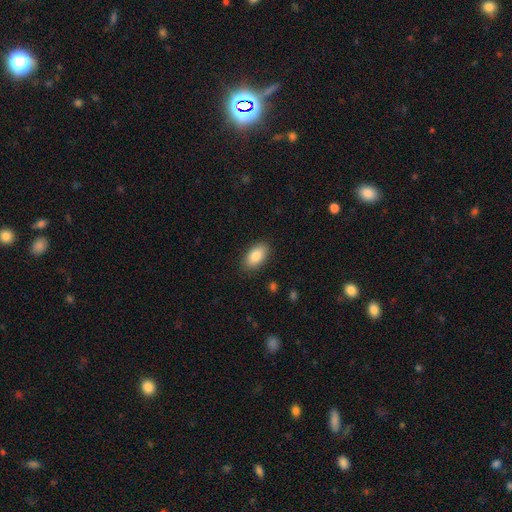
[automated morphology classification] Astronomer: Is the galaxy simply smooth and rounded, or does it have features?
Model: smooth — 86%.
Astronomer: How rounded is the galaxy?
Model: in between — 93%.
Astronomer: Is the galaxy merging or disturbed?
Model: none — 87%.